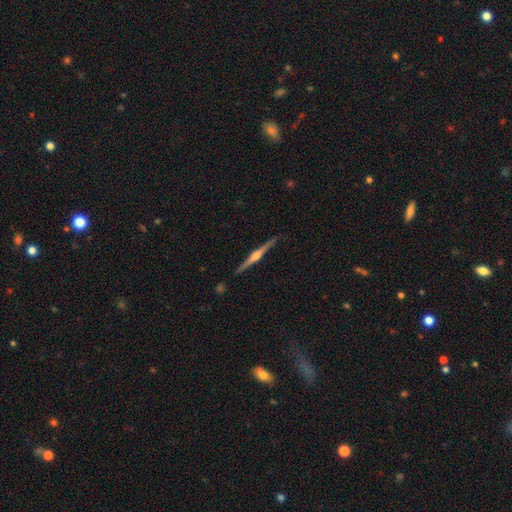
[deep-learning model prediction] Overall: featured or disk (83%). Edge-on disk: yes (99%). Edge-on bulge: rounded (91%). Merging: none (89%).